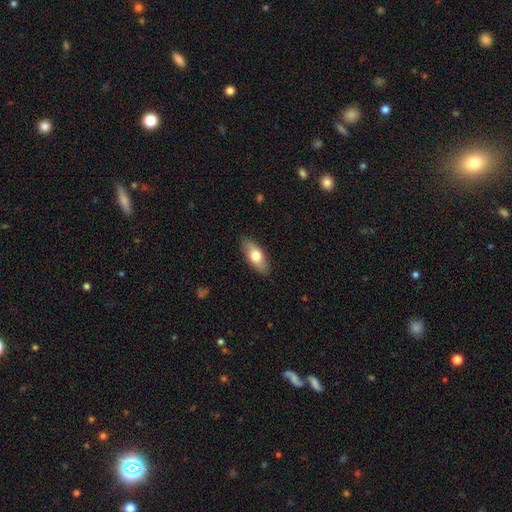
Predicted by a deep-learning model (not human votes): This is likely a smooth galaxy (71%). How rounded: clearly in between (80%). Merging: clearly none (87%).